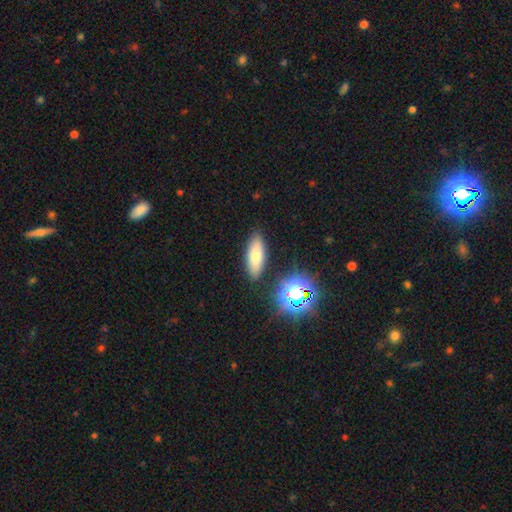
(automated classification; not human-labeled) smooth-or-featured: smooth: 66% | featured or disk: 18% | star or artifact: 16%
  how-rounded: in between: 63% | cigar-shaped: 31% | round: 6%
  merging: none: 87% | minor disturbance: 8% | merger: 3% | major disturbance: 2%